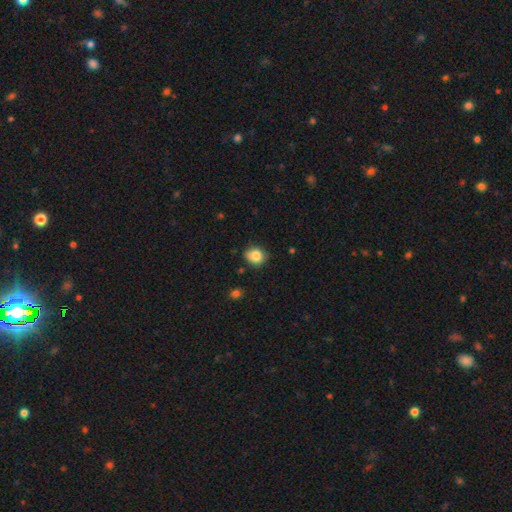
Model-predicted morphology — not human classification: Overall: smooth (84%). How rounded: round (78%). Merging: none (78%).